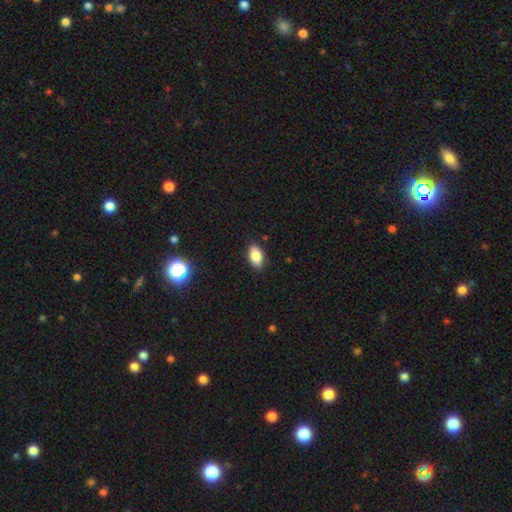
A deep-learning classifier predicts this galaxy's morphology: A smooth galaxy with no disk features (85%) that is in between round and cigar-shaped (92%).

Vote fractions:
- Smooth or featured? smooth: 85% / star or artifact: 8% / featured or disk: 6%
- How rounded? in between: 92% / round: 5% / cigar-shaped: 3%
- Merging? none: 87% / minor disturbance: 10% / major disturbance: 2% / merger: 1%